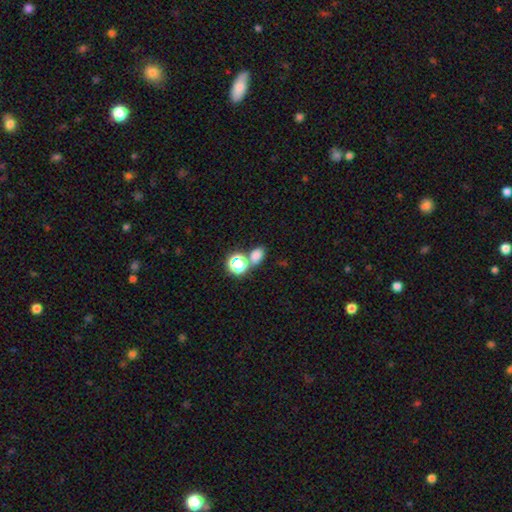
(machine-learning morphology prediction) smooth_or_featured: smooth (p=0.73) [alt: star or artifact p=0.21]
how_rounded: in between (p=0.63) [alt: round p=0.35]
merging: none (p=0.61) [alt: merger p=0.26]